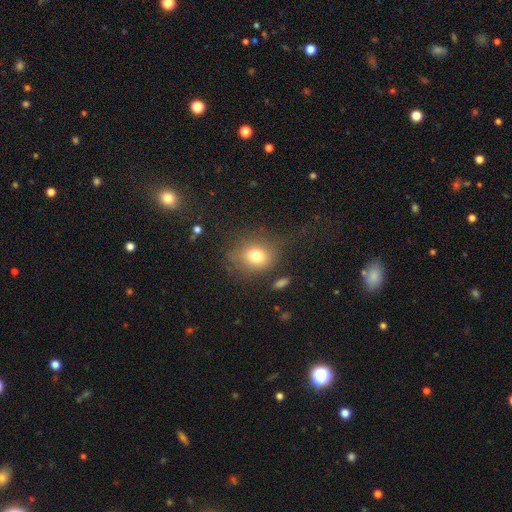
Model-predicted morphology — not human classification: A smooth galaxy with no disk features (76%) that is round (58%).

Vote fractions:
- Smooth or featured? smooth: 76% / featured or disk: 12% / star or artifact: 12%
- How rounded? round: 58% / in between: 40% / cigar-shaped: 1%
- Merging? none: 65% / minor disturbance: 19% / major disturbance: 12% / merger: 3%